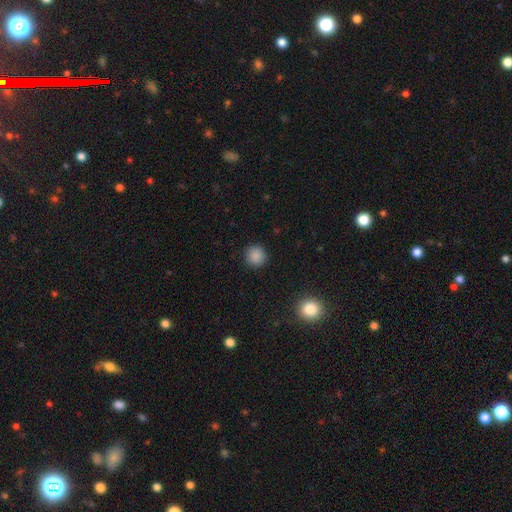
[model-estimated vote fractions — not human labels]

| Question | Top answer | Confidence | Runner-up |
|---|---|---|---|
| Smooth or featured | smooth | 87% | star or artifact (10%) |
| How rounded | round | 93% | in between (6%) |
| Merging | none | 91% | minor disturbance (6%) |